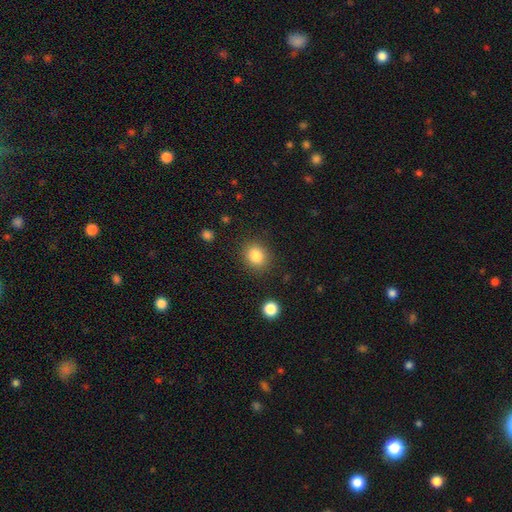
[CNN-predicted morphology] A smooth galaxy with no disk features (84%) that is round (67%).

Vote fractions:
- Smooth or featured? smooth: 84% / star or artifact: 10% / featured or disk: 6%
- How rounded? round: 67% / in between: 32% / cigar-shaped: 1%
- Merging? none: 86% / minor disturbance: 9% / major disturbance: 3% / merger: 2%